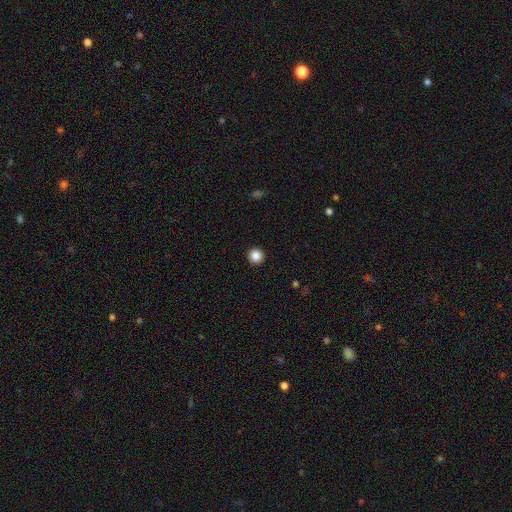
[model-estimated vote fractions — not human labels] Smooth or featured: smooth — 86% (star or artifact — 11%)
How rounded: round — 96% (in between — 3%)
Merging: none — 94% (minor disturbance — 4%)